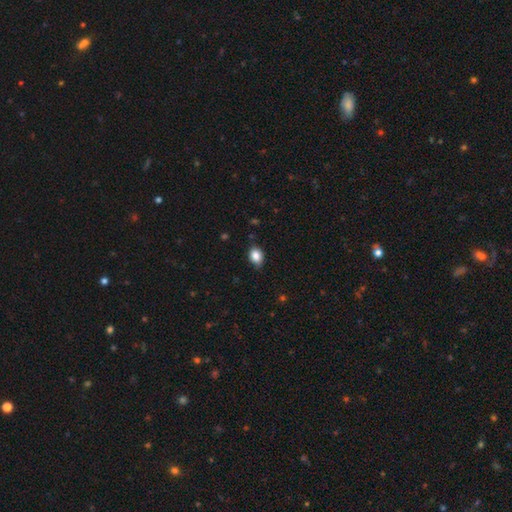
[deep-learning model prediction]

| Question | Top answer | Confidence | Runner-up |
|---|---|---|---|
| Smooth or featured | smooth | 86% | star or artifact (9%) |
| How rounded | in between | 69% | round (30%) |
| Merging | none | 76% | minor disturbance (20%) |